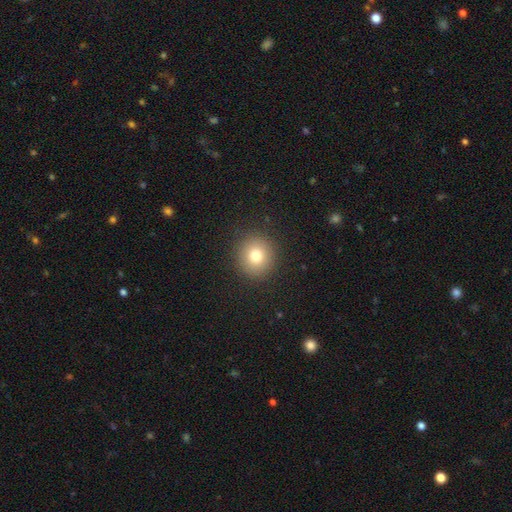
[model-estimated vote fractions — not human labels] smooth 78%, star or artifact 12%, featured or disk 10%. Down the decision tree: how rounded — round (91%); merging — none (91%).